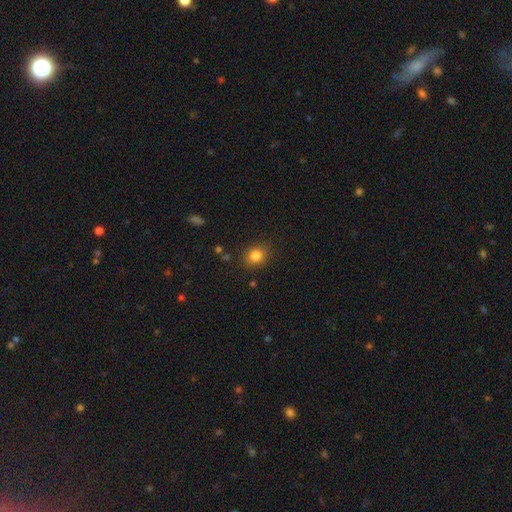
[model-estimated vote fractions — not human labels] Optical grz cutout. It shows a smooth galaxy with no disk features (82%) that is round (68%). Merging: none (86%).